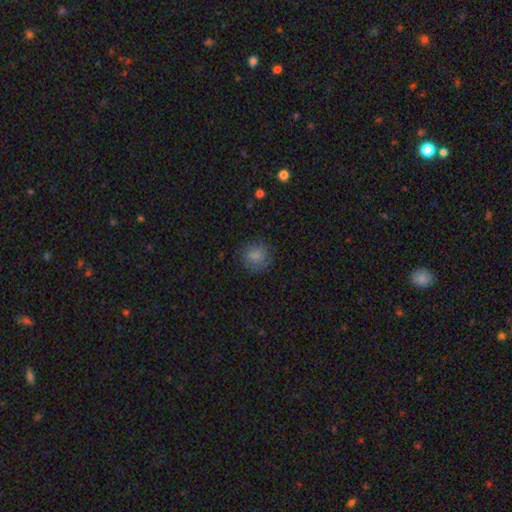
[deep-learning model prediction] Smooth or featured: smooth — 83% (star or artifact — 9%)
How rounded: round — 89% (in between — 10%)
Merging: none — 81% (minor disturbance — 14%)